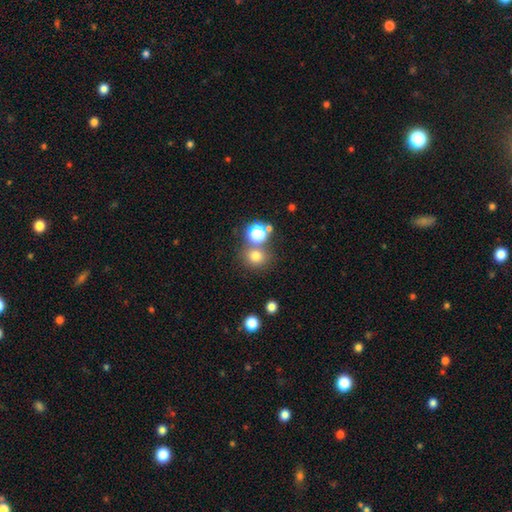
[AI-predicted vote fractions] smooth 74%, star or artifact 19%, featured or disk 8%. Down the decision tree: how rounded — round (84%); merging — none (70%).